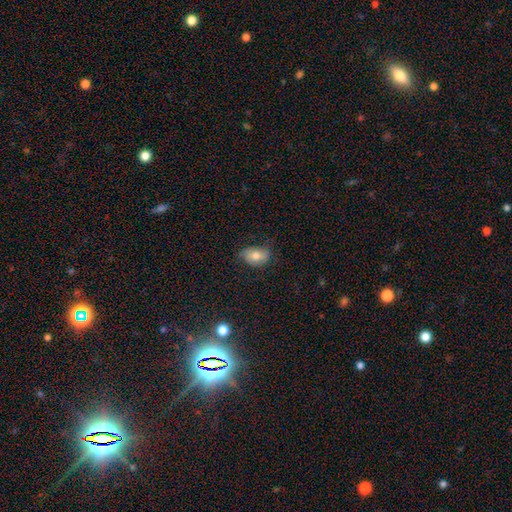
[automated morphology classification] Overall: smooth (73%). How rounded: in between (84%). Merging: none (69%).